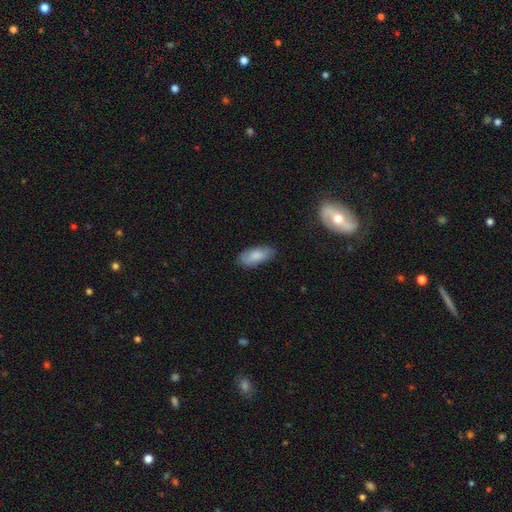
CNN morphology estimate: smooth_or_featured: smooth (p=0.80) [alt: featured or disk p=0.14]
how_rounded: in between (p=0.85) [alt: cigar-shaped p=0.13]
merging: none (p=0.76) [alt: minor disturbance p=0.19]